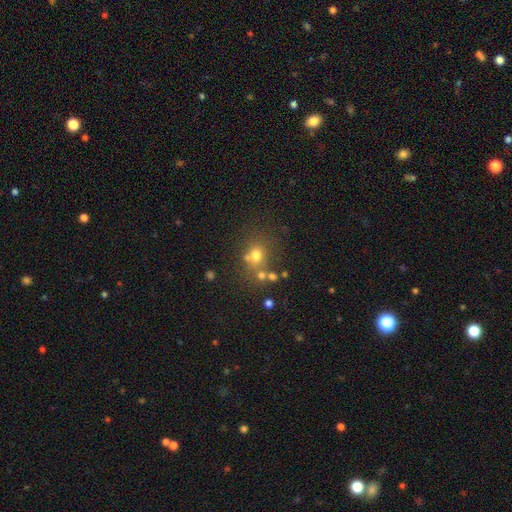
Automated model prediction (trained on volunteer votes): Smooth or featured? smooth (66%)
How rounded? round (76%)
Merging? none (60%)